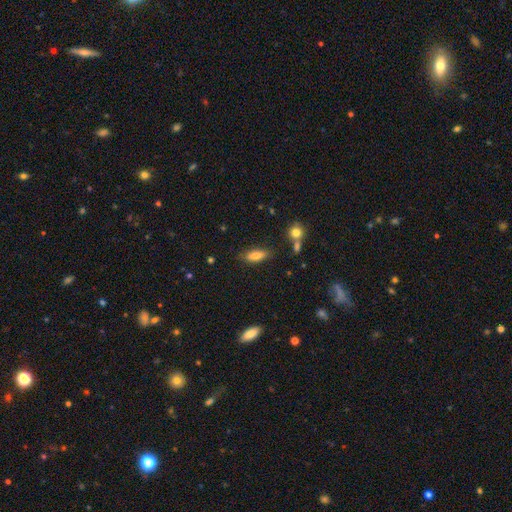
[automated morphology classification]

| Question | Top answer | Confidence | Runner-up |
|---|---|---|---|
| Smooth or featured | smooth | 80% | featured or disk (12%) |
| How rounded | in between | 66% | cigar-shaped (32%) |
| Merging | none | 79% | minor disturbance (14%) |